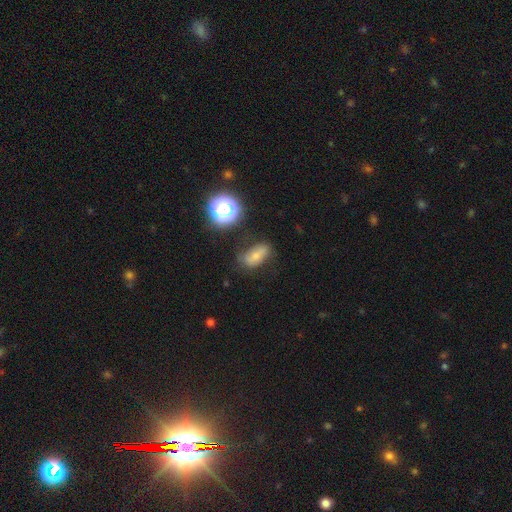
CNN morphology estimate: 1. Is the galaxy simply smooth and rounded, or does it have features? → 65% smooth, 20% featured or disk, 16% star or artifact.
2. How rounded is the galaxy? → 83% in between, 11% round, 6% cigar-shaped.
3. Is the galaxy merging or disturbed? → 63% none, 24% minor disturbance, 9% major disturbance, 4% merger.